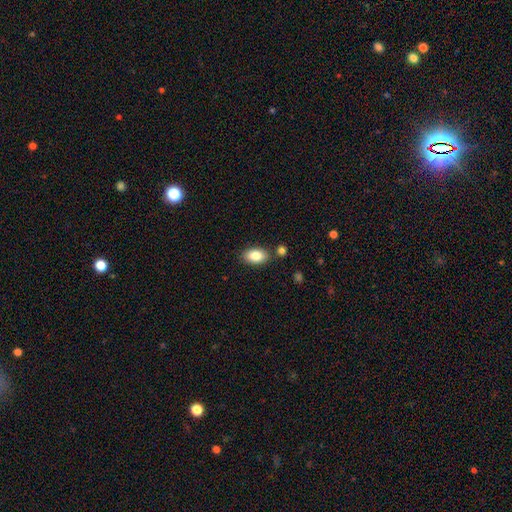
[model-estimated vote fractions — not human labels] Q: Smooth or featured?
A: smooth (84%); runner-up: featured or disk (9%)
Q: How rounded?
A: in between (91%); runner-up: round (8%)
Q: Merging?
A: none (81%); runner-up: minor disturbance (10%)